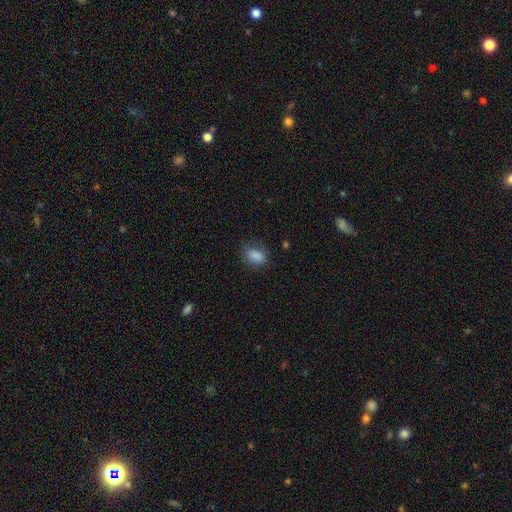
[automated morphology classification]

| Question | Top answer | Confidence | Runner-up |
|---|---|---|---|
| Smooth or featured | smooth | 86% | star or artifact (9%) |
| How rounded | in between | 83% | round (13%) |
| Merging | none | 75% | minor disturbance (18%) |